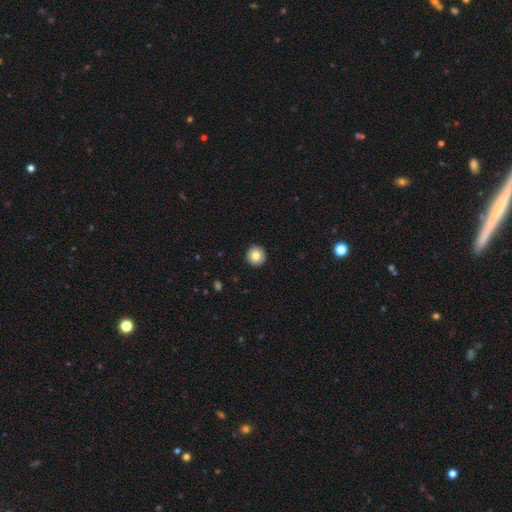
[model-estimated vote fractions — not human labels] Smooth or featured? Predicted: smooth (p=0.81). How rounded? Predicted: round (p=0.95). Merging? Predicted: none (p=0.93).